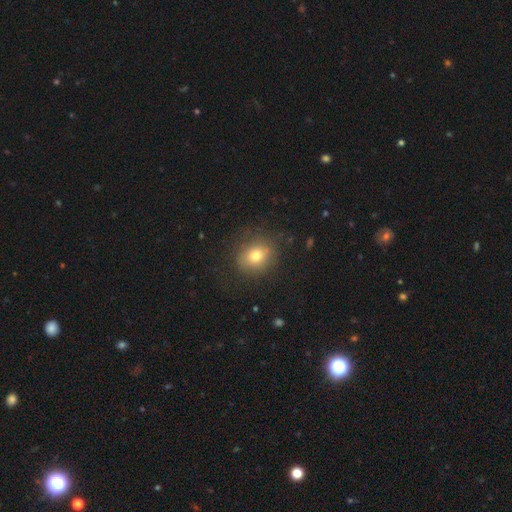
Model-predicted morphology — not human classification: smooth 74%, featured or disk 14%, star or artifact 12%. Down the decision tree: how rounded — round (68%); merging — none (81%).